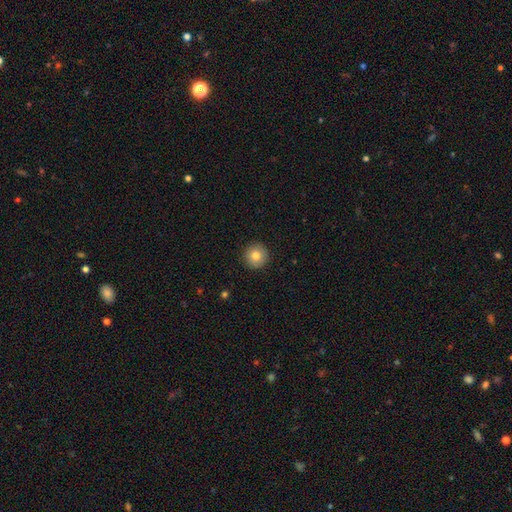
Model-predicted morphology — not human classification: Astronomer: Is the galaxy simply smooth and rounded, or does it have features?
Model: smooth — 81%.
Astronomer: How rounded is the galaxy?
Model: round — 96%.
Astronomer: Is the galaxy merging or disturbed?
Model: none — 93%.